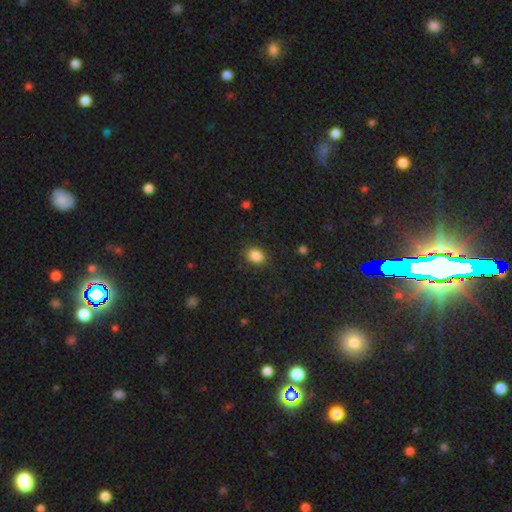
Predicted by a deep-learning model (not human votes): Smooth or featured? Predicted: smooth (p=0.85). How rounded? Predicted: in between (p=0.54). Merging? Predicted: none (p=0.87).